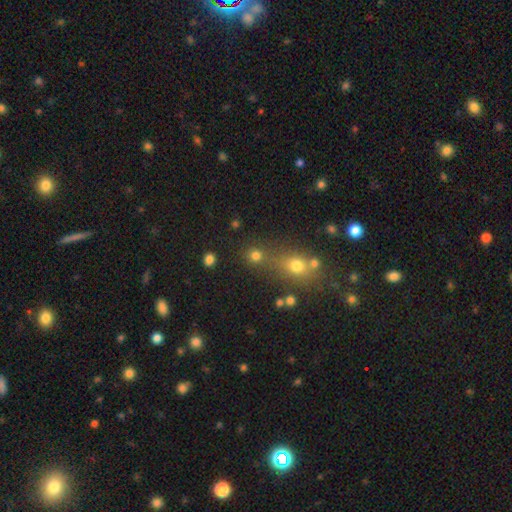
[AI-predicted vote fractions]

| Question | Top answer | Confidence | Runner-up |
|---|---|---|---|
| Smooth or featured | smooth | 75% | star or artifact (18%) |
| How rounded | round | 88% | in between (11%) |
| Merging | none | 65% | merger (23%) |